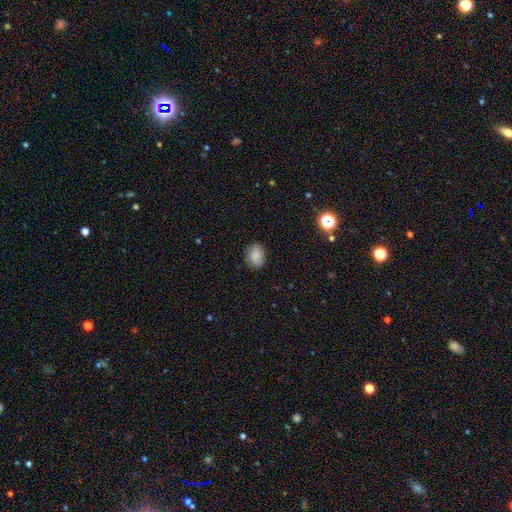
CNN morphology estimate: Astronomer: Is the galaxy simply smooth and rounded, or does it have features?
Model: smooth — 86%.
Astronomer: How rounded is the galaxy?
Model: in between — 60% (runner-up: round, 39%).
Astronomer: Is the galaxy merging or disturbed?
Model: none — 85%.